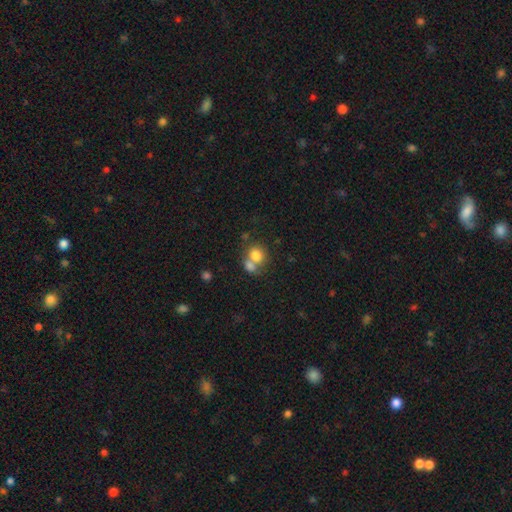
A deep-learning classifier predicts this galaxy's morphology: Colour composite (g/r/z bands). It shows a smooth galaxy with no disk features (77%) that is round (71%). Merging: merger (52%).